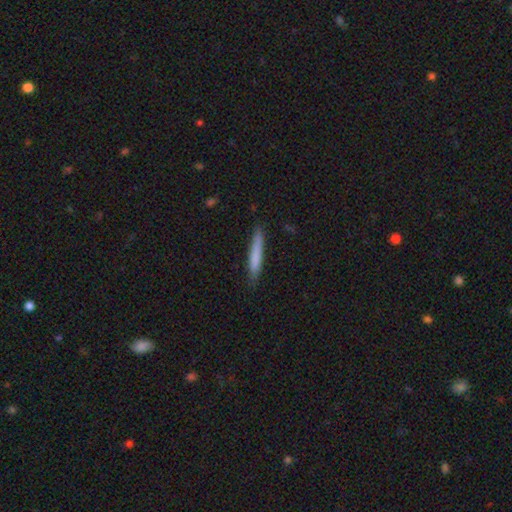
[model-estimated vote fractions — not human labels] This appears to be a smooth galaxy with no disk features (76%) that is cigar-shaped (94%). Merging: none (84%).